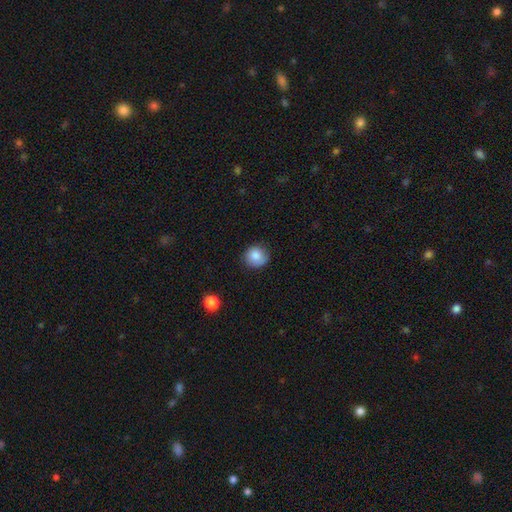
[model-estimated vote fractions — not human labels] This is likely a smooth galaxy (79%). How rounded: clearly round (87%). Merging: likely none (74%).